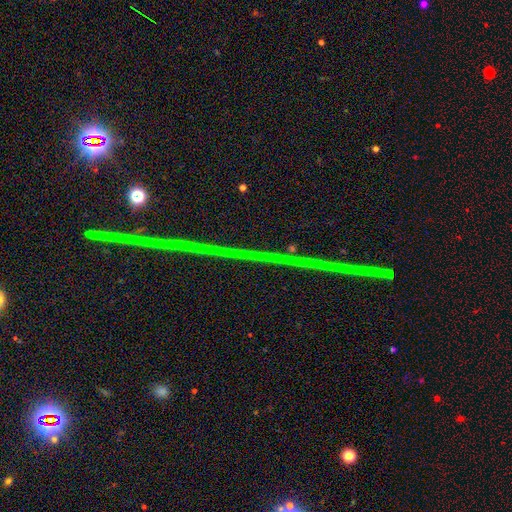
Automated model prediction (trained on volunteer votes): This is clearly a star or artifact rather than a galaxy (86%).